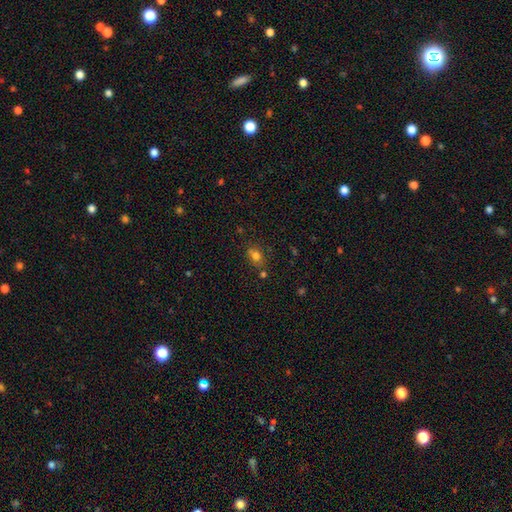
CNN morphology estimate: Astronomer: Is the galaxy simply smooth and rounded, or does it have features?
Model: smooth — 74%.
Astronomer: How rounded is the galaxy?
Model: in between — 52% (runner-up: round, 46%).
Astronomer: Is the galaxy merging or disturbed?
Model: none — 64%.